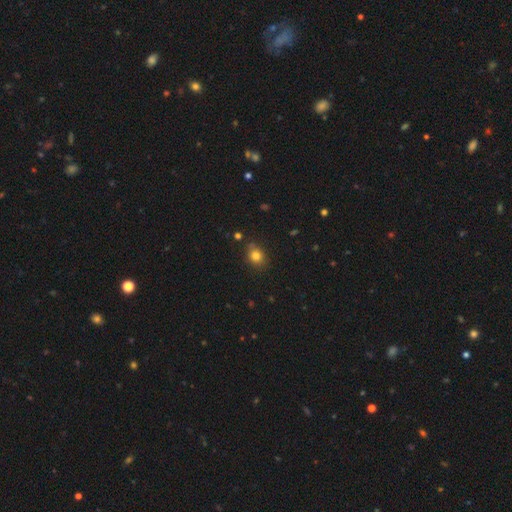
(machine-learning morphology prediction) The model was most divided on "how rounded": round: 61%, in between: 38%, cigar-shaped: 1%. More confident: smooth or featured — smooth (81%); merging — none (78%).